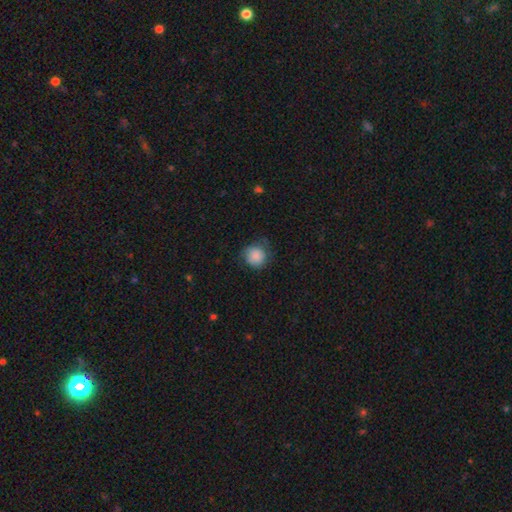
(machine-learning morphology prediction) This appears to be a smooth galaxy with no disk features (84%) that is round (89%). Merging: none (68%).